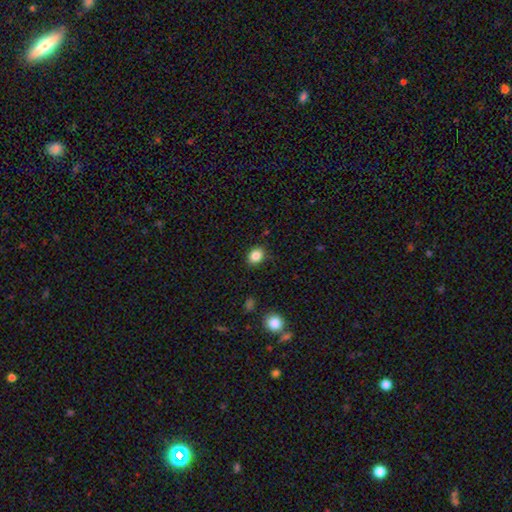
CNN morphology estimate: Smooth or featured: smooth — 85% (star or artifact — 10%)
How rounded: in between — 56% (round — 43%)
Merging: none — 85% (minor disturbance — 11%)